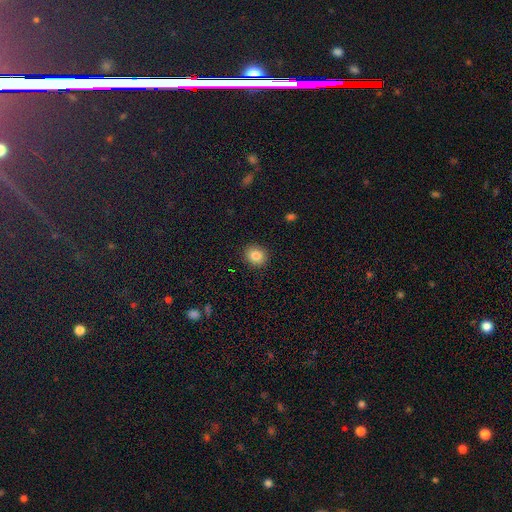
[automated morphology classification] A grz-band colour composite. It shows a smooth galaxy with no disk features (85%) that is round (73%). Merging: none (91%).